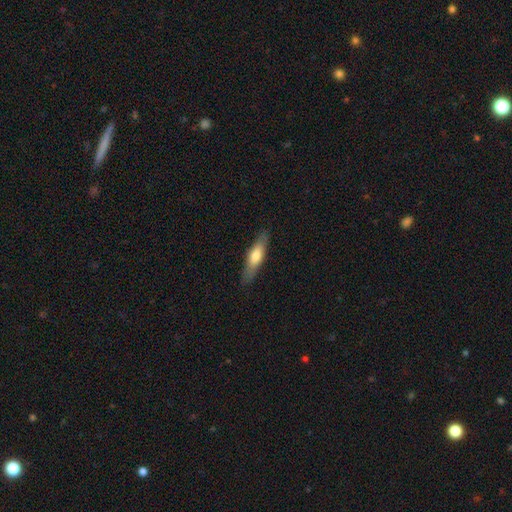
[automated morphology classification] smooth-or-featured: smooth: 60% | featured or disk: 35% | star or artifact: 6%
  how-rounded: cigar-shaped: 66% | in between: 32% | round: 2%
  merging: none: 84% | minor disturbance: 12% | major disturbance: 3% | merger: 1%